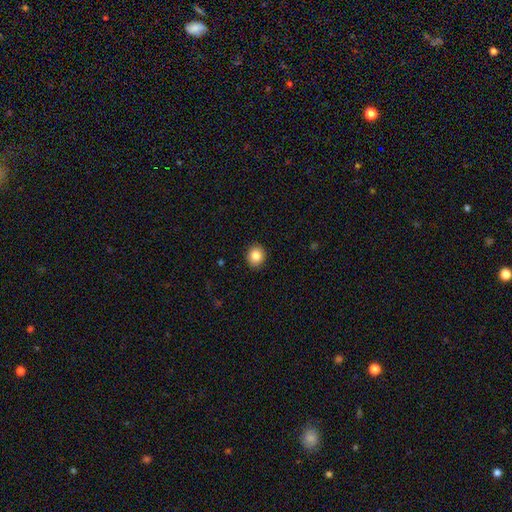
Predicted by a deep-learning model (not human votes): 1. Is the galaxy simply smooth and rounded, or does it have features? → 85% smooth, 9% star or artifact, 6% featured or disk.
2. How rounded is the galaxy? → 80% round, 19% in between, 1% cigar-shaped.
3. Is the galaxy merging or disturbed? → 92% none, 6% minor disturbance, 2% major disturbance, 1% merger.